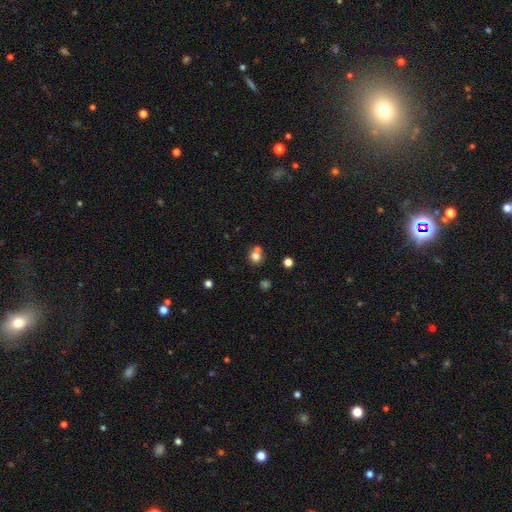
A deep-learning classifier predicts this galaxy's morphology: smooth_or_featured: smooth (p=0.76) [alt: star or artifact p=0.13]
how_rounded: round (p=0.84) [alt: in between p=0.15]
merging: none (p=0.52) [alt: merger p=0.36]